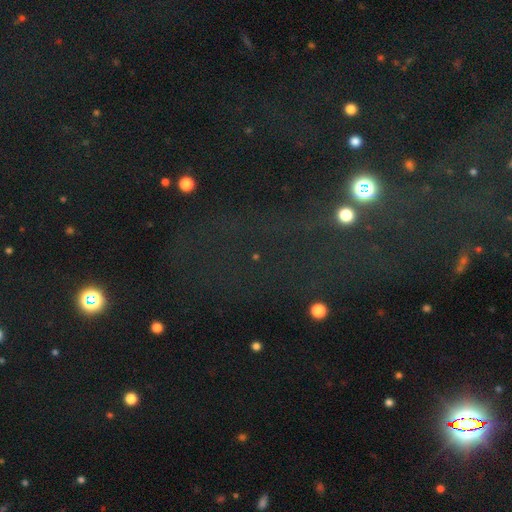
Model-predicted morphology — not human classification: This appears to be a star or artifact, not a galaxy (73%).